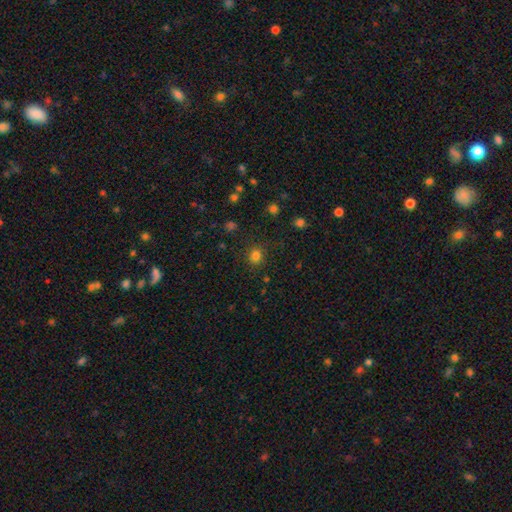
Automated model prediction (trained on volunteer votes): Smooth or featured: smooth — 79% (star or artifact — 16%)
How rounded: round — 83% (in between — 16%)
Merging: none — 85% (minor disturbance — 9%)